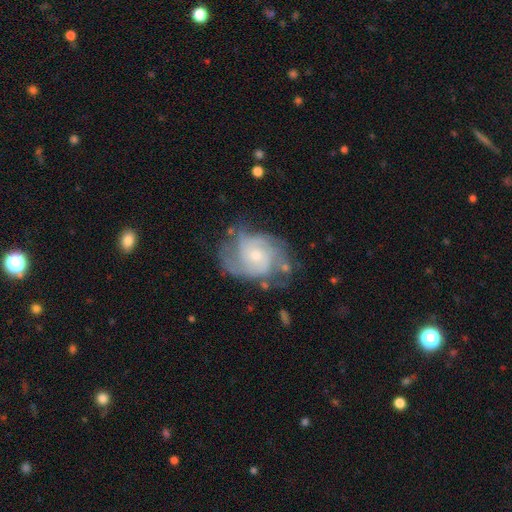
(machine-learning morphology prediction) featured or disk 81%, smooth 13%, star or artifact 6%. Down the decision tree: edge-on disk — no (98%); bar — no (70%); spiral arms — yes (92%); spiral arm count — can't tell (30%); spiral winding — tight (44%); bulge size — small (52%); merging — none (58%).